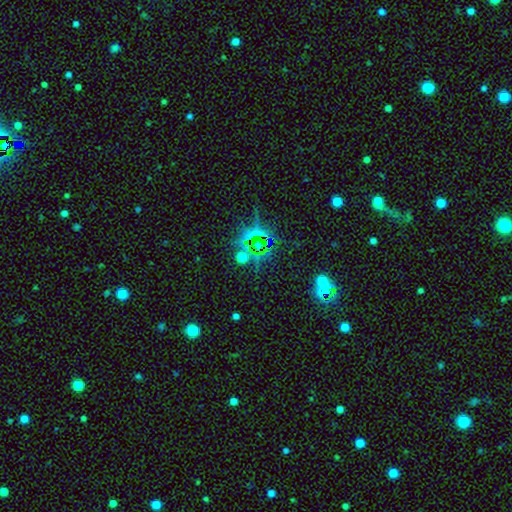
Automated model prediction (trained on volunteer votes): A star or artifact, not a galaxy (75%).

Vote fractions:
- Smooth or featured? star or artifact: 75% / smooth: 15% / featured or disk: 10%